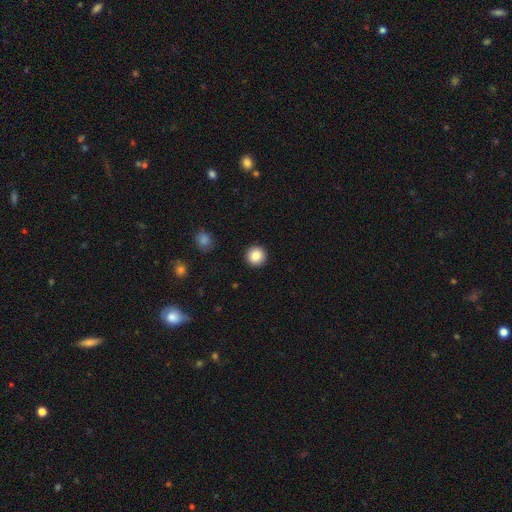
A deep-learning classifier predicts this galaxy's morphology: A smooth galaxy with no disk features (85%) that is round (96%).

Vote fractions:
- Smooth or featured? smooth: 85% / star or artifact: 9% / featured or disk: 6%
- How rounded? round: 96% / in between: 3% / cigar-shaped: 1%
- Merging? none: 93% / minor disturbance: 4% / major disturbance: 2% / merger: 1%